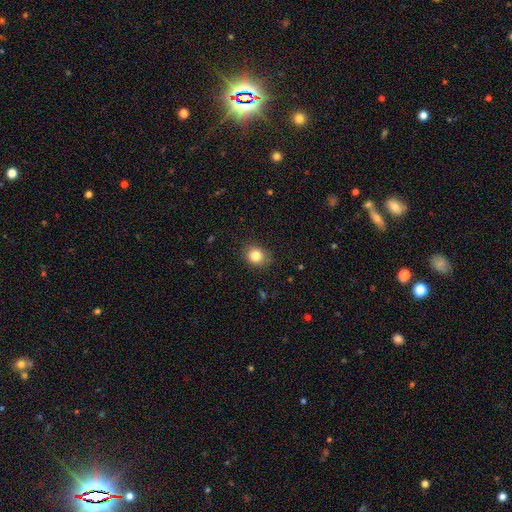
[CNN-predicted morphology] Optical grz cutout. It shows a smooth galaxy with no disk features (83%) that is round (70%). Merging: none (87%).